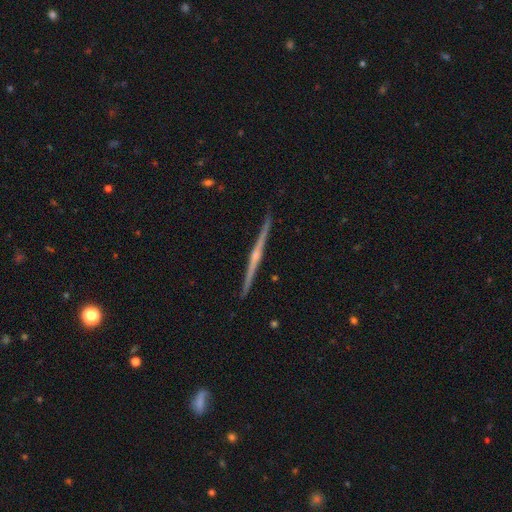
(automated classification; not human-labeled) Smooth or featured? featured or disk (84%)
Edge-on disk? yes (99%)
Edge-on bulge? rounded (76%)
Merging? none (92%)